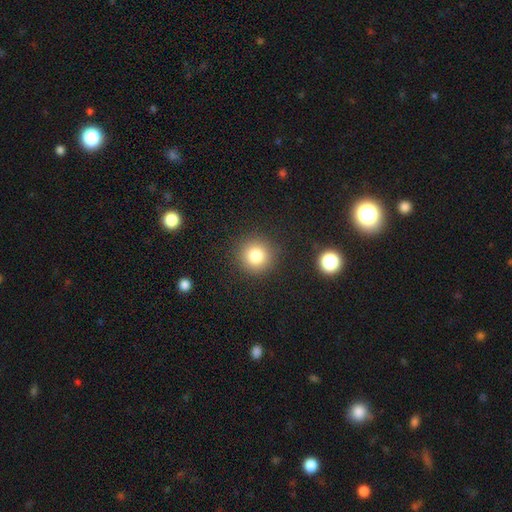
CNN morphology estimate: type=smooth (81%); roundness=round (94%); merging=none (90%).